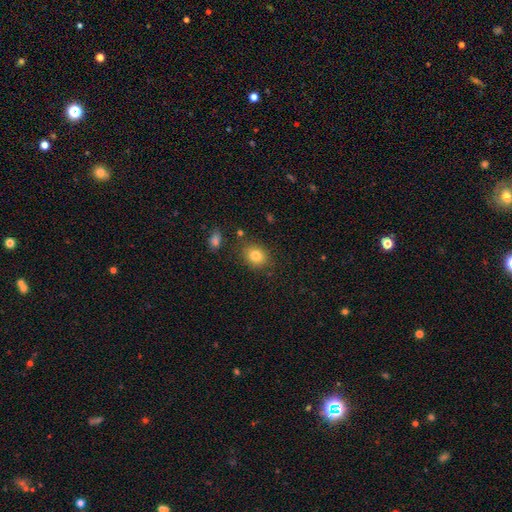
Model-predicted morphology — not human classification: Smooth or featured? Predicted: smooth (p=0.82). How rounded? Predicted: round (p=0.58). Merging? Predicted: none (p=0.81).